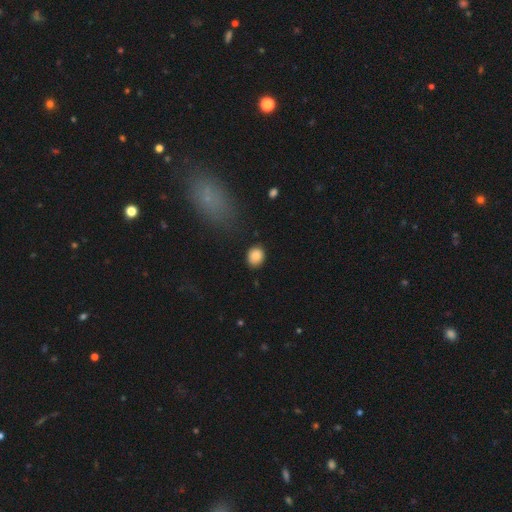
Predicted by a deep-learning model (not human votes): A smooth galaxy with no disk features (87%) that is round (64%).

Vote fractions:
- Smooth or featured? smooth: 87% / star or artifact: 8% / featured or disk: 5%
- How rounded? round: 64% / in between: 35% / cigar-shaped: 1%
- Merging? none: 84% / minor disturbance: 11% / major disturbance: 3% / merger: 2%